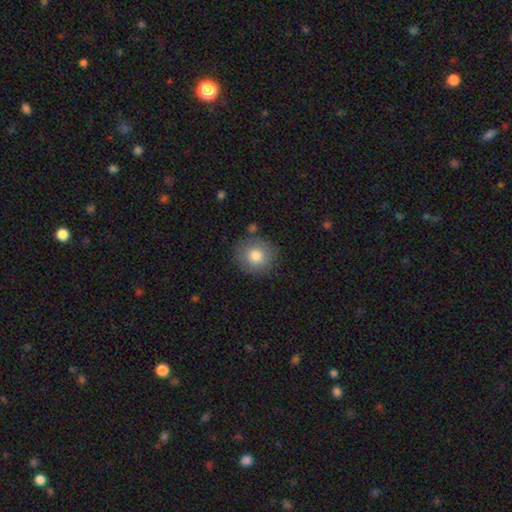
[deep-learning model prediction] This appears to be a smooth galaxy with no disk features (80%) that is round (89%). Merging: none (82%).